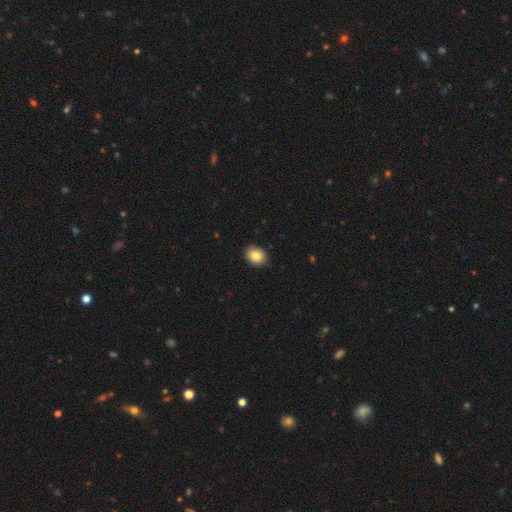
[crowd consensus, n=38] A smooth galaxy with no disk features (89%) that is in between round and cigar-shaped (56%).

Vote fractions:
- Smooth or featured? smooth: 89% / featured or disk: 8% / star or artifact: 3%
- How rounded? in between: 56% / round: 44% / cigar-shaped: 0%
- Merging? none: 76% / minor disturbance: 19% / major disturbance: 3% / merger: 3%